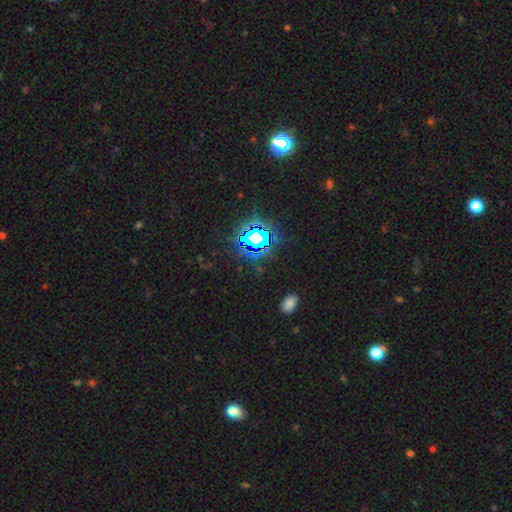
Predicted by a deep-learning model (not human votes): star or artifact 78%, smooth 14%, featured or disk 7%.